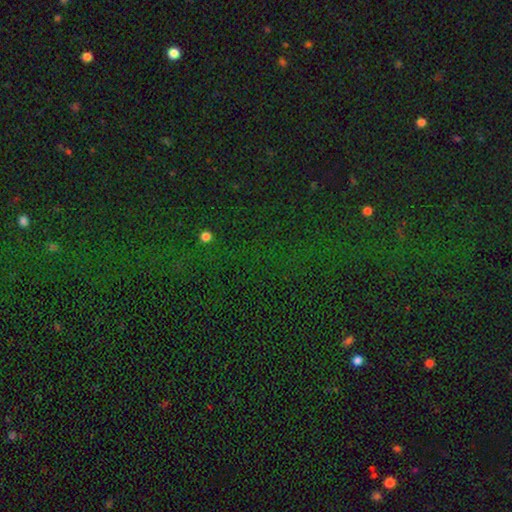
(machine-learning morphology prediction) Overall: star or artifact (80%).